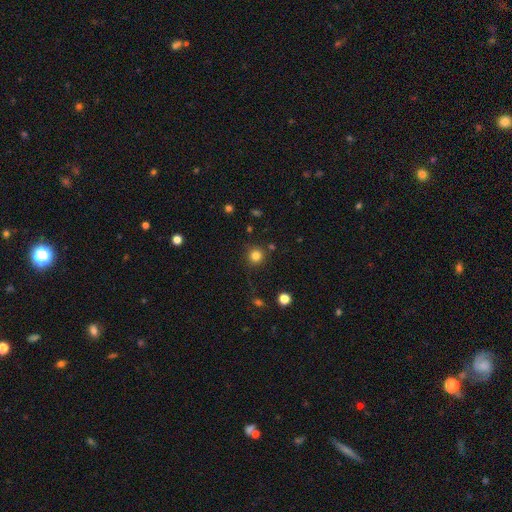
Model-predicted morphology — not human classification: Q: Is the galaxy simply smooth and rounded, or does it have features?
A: smooth — 82%.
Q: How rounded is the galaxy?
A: round — 94%.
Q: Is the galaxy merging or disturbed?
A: none — 86%.